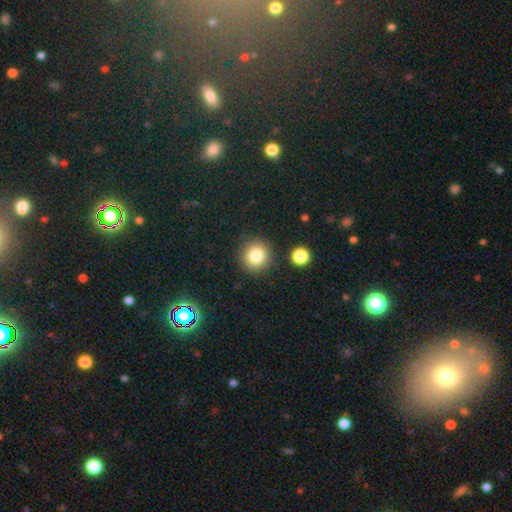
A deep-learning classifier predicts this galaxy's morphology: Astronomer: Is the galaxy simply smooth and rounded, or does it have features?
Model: smooth — 80%.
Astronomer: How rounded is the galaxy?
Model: round — 92%.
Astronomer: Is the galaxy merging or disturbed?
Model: none — 87%.